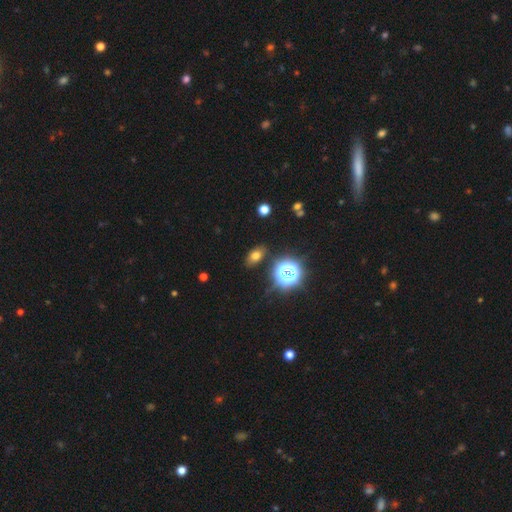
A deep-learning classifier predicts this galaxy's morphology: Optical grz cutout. It shows a smooth galaxy with no disk features (68%) that is in between round and cigar-shaped (78%). Merging: none (83%).